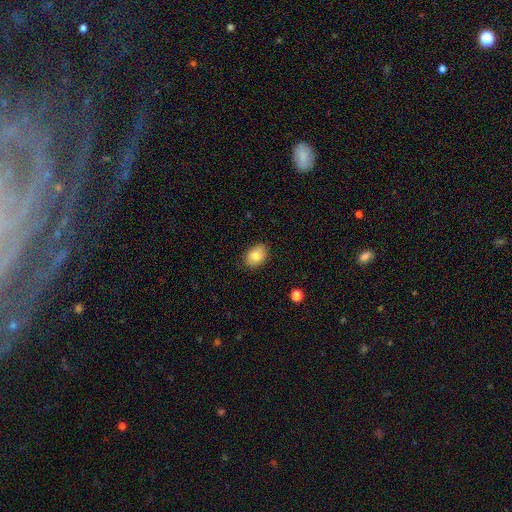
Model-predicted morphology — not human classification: smooth-or-featured: smooth: 81% | featured or disk: 11% | star or artifact: 8%
  how-rounded: in between: 73% | round: 26% | cigar-shaped: 1%
  merging: none: 84% | minor disturbance: 13% | major disturbance: 2% | merger: 1%